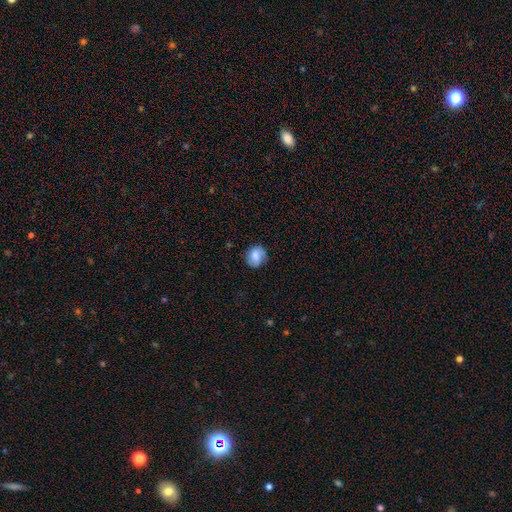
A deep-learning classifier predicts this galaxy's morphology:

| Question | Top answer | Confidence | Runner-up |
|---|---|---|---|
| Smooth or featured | smooth | 62% | featured or disk (29%) |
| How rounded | round | 74% | in between (25%) |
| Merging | none | 72% | minor disturbance (21%) |